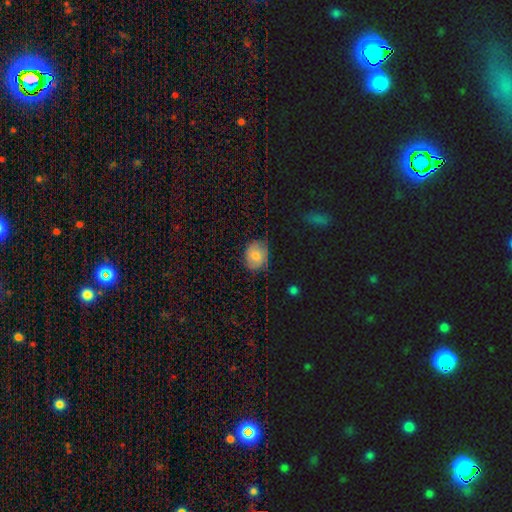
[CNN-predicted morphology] type=smooth (72%); roundness=round (60%); merging=none (70%).